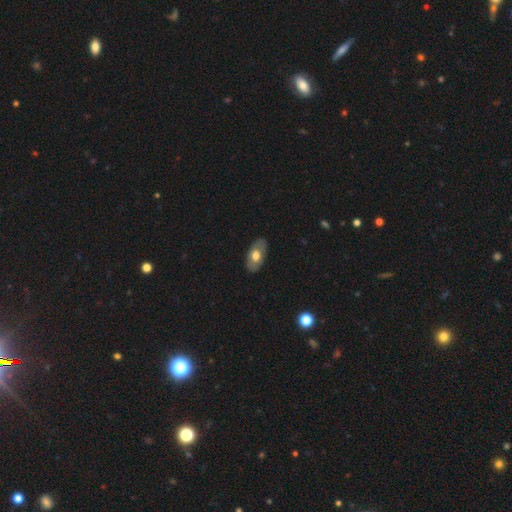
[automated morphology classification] This appears to be a smooth galaxy with no disk features (60%) that is in between round and cigar-shaped (92%). Merging: none (85%).